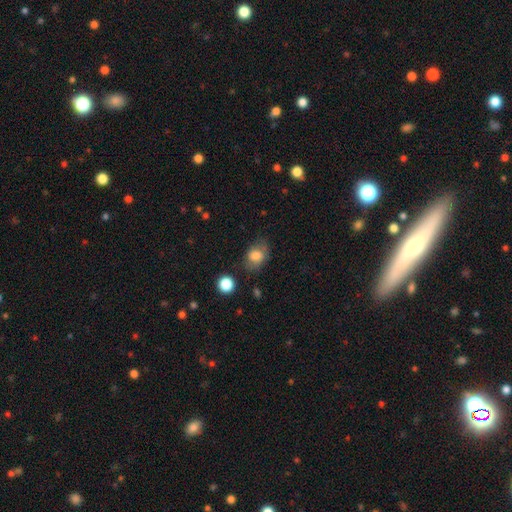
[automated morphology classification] Smooth or featured? Predicted: smooth (p=0.76). How rounded? Predicted: in between (p=0.71). Merging? Predicted: none (p=0.62).